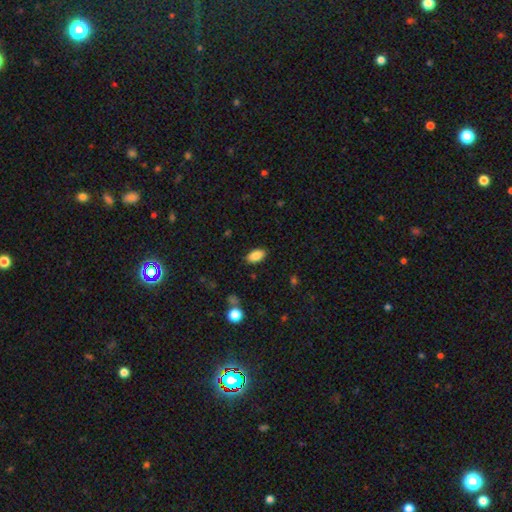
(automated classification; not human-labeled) smooth 87%, star or artifact 8%, featured or disk 5%. Down the decision tree: how rounded — in between (92%); merging — none (87%).